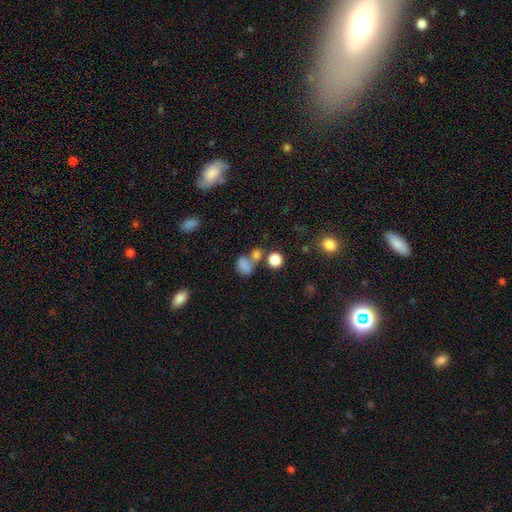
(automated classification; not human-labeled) This appears to be a smooth galaxy with no disk features (68%) that is round (53%). Merging: none (43%).